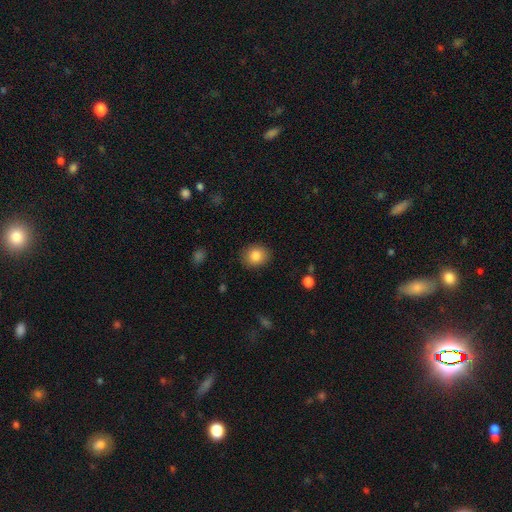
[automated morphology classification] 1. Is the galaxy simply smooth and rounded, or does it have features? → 83% smooth, 9% star or artifact, 7% featured or disk.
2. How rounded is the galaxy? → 66% round, 33% in between, 1% cigar-shaped.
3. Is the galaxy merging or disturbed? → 88% none, 8% minor disturbance, 2% major disturbance, 1% merger.